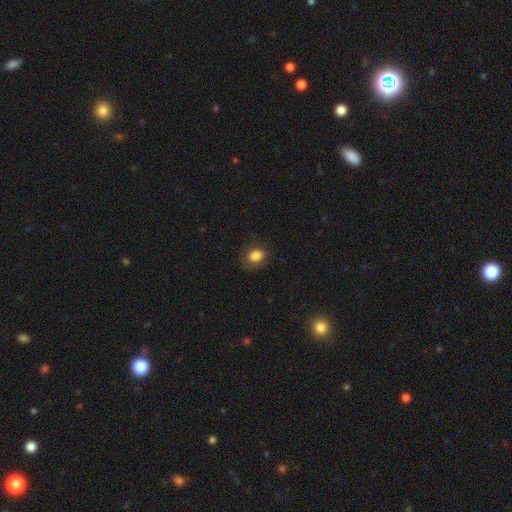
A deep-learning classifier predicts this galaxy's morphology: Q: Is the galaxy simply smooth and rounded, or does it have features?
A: smooth — 83%.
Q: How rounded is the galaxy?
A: round — 57%.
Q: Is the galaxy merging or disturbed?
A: none — 78%.